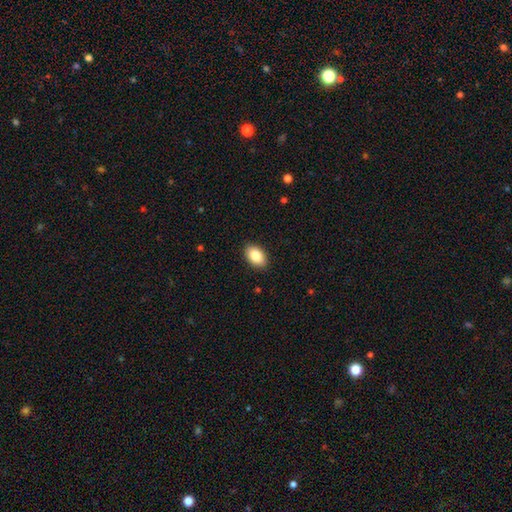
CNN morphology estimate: This appears to be a smooth galaxy with no disk features (86%) that is in between round and cigar-shaped (90%). Merging: none (89%).